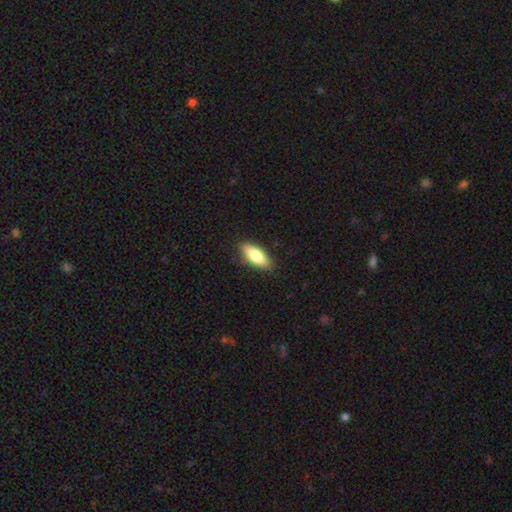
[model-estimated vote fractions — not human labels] The model was most divided on "how rounded": in between: 72%, cigar-shaped: 25%, round: 3%. More confident: merging — none (86%); smooth or featured — smooth (76%).